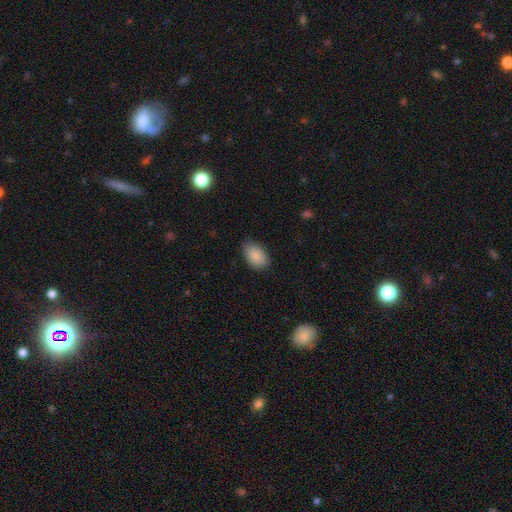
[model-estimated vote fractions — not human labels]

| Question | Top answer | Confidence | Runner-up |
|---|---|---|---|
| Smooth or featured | smooth | 88% | star or artifact (7%) |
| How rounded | in between | 91% | round (7%) |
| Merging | none | 81% | minor disturbance (15%) |